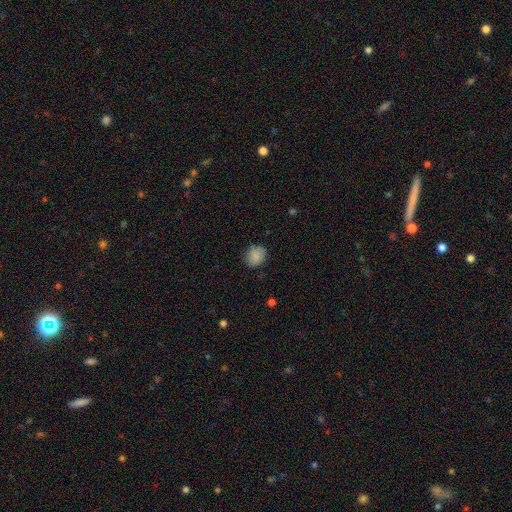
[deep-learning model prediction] smooth 85%, star or artifact 8%, featured or disk 7%. Down the decision tree: how rounded — round (67%); merging — none (82%).